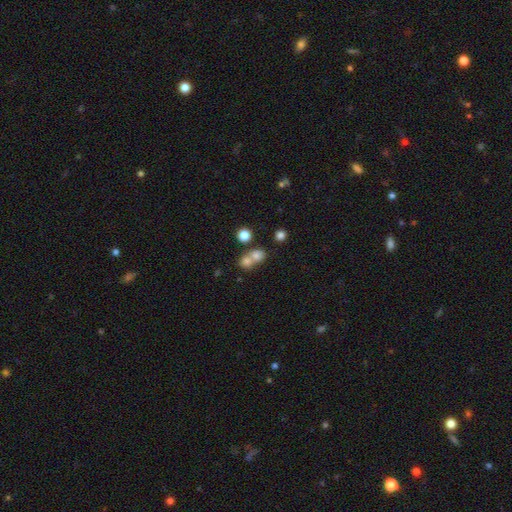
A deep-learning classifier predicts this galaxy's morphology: Q: Smooth or featured?
A: smooth (74%); runner-up: star or artifact (15%)
Q: How rounded?
A: round (75%); runner-up: in between (24%)
Q: Merging?
A: merger (52%); runner-up: none (38%)